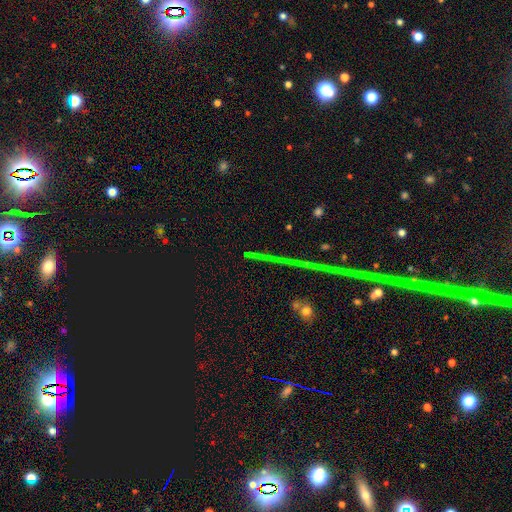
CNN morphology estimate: star or artifact 78%, featured or disk 11%, smooth 11%.